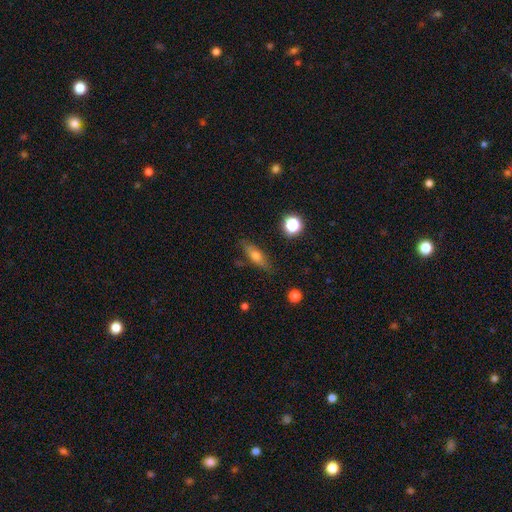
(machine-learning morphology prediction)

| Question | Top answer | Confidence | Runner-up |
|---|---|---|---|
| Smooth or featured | smooth | 58% | featured or disk (33%) |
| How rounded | in between | 51% | cigar-shaped (43%) |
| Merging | none | 79% | minor disturbance (15%) |